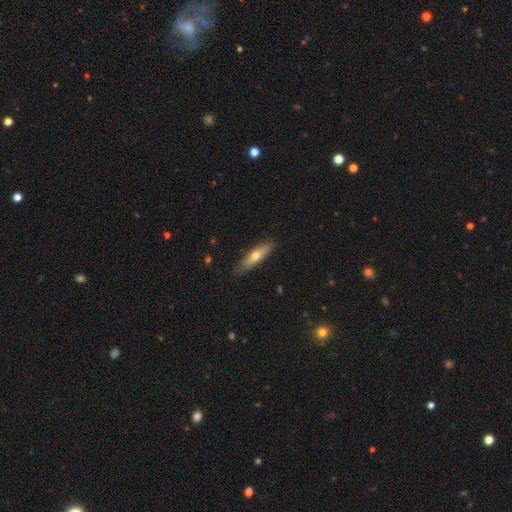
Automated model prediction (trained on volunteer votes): Smooth or featured? smooth (59%)
How rounded? cigar-shaped (73%)
Merging? none (86%)